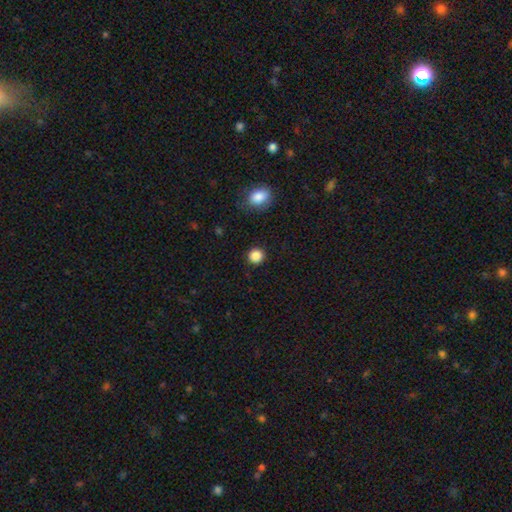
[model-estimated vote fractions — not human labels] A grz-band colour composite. It shows a smooth galaxy with no disk features (87%) that is round (93%). Merging: none (90%).